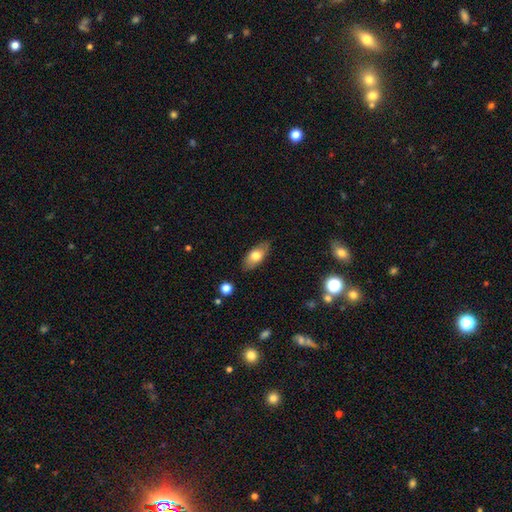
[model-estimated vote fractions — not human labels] A smooth galaxy with no disk features (71%) that is in between round and cigar-shaped (86%).

Vote fractions:
- Smooth or featured? smooth: 71% / featured or disk: 22% / star or artifact: 7%
- How rounded? in between: 86% / cigar-shaped: 10% / round: 4%
- Merging? none: 81% / minor disturbance: 15% / major disturbance: 3% / merger: 2%